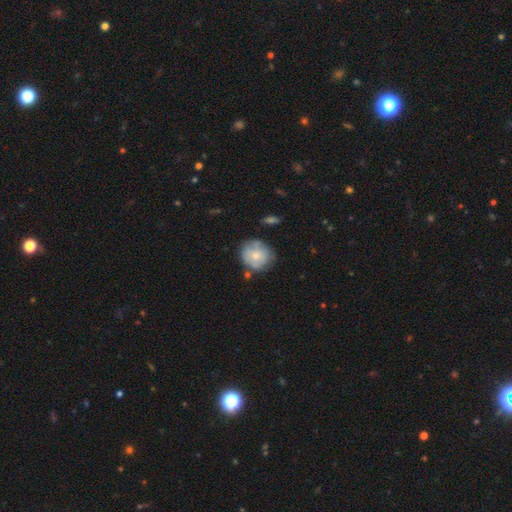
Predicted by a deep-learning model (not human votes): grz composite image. It shows a smooth galaxy with no disk features (63%) that is round (84%). Merging: none (61%).